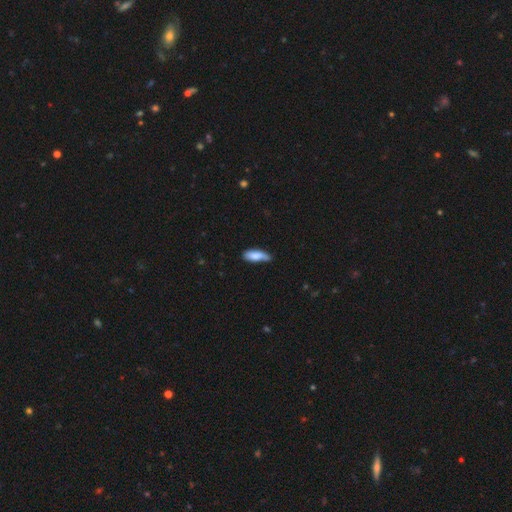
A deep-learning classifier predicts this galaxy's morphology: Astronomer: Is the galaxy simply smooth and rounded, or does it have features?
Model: smooth — 80%.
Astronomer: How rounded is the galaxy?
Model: in between — 66%.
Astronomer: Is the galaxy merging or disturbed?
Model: none — 51% (runner-up: minor disturbance, 38%).